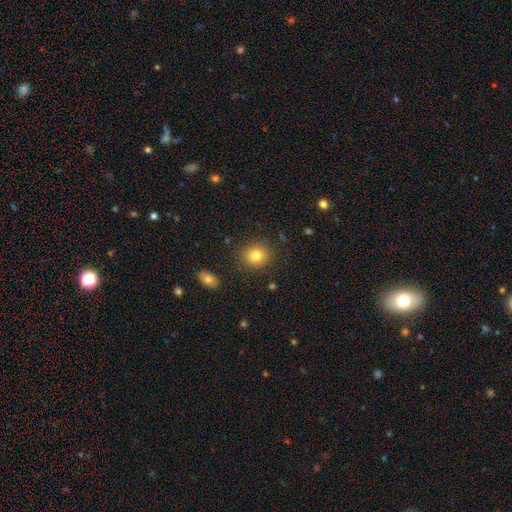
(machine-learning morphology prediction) Smooth or featured?
  - smooth: 81% *
  - star or artifact: 11%
  - featured or disk: 8%
How rounded?
  - round: 79% *
  - in between: 20%
  - cigar-shaped: 1%
Merging?
  - none: 87% *
  - minor disturbance: 8%
  - major disturbance: 3%
  - merger: 2%